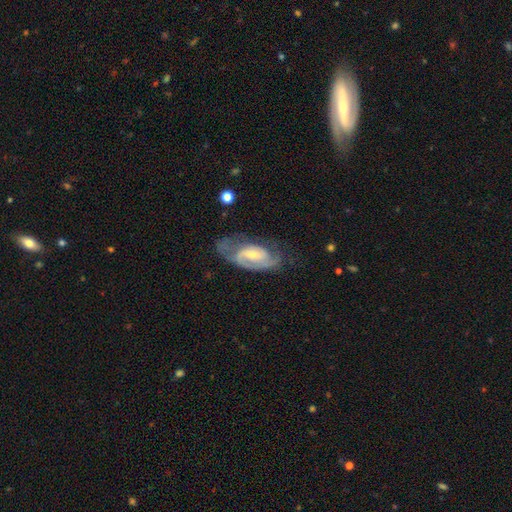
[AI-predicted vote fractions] The model was most divided on "bar" (2-way tie): no: 43%, weak: 43%, strong: 14%. Remaining: edge-on disk — no (93%); spiral arms — yes (87%); smooth or featured — featured or disk (75%); merging — none (63%); spiral arm count — 2 (62%); bulge size — small (45%); spiral winding — tight (45%).